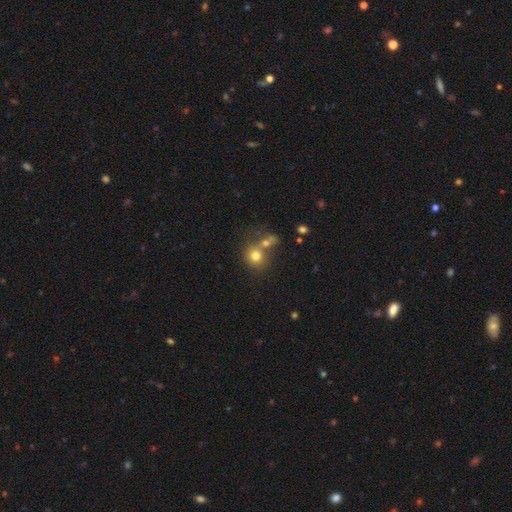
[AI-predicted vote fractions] Smooth or featured: smooth — 75% (star or artifact — 13%)
How rounded: round — 82% (in between — 17%)
Merging: none — 44% (merger — 41%)